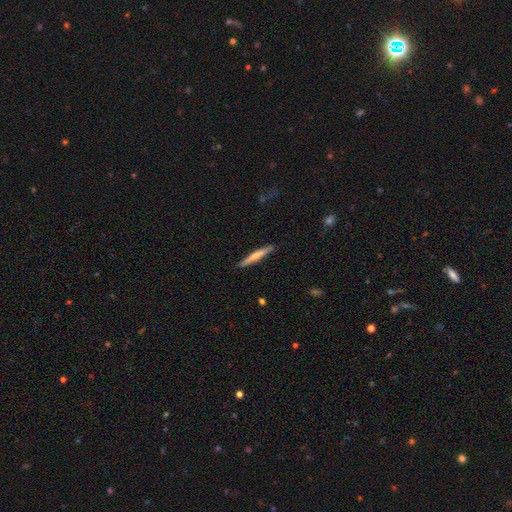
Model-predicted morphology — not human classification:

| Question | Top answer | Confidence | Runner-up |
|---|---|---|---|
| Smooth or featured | smooth | 60% | featured or disk (35%) |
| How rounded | cigar-shaped | 95% | in between (3%) |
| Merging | none | 90% | minor disturbance (8%) |